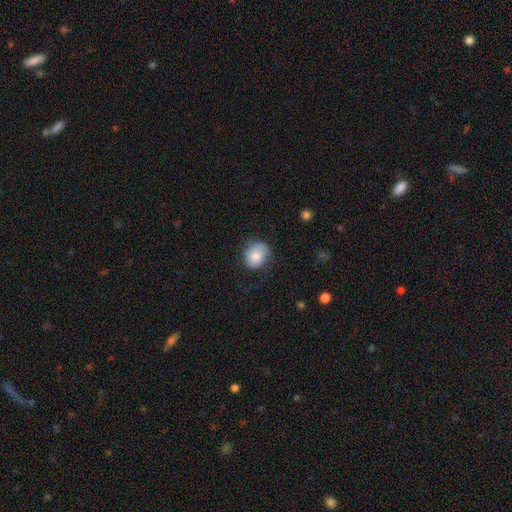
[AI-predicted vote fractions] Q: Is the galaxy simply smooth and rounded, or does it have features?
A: smooth — 79%.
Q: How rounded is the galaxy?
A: round — 62%.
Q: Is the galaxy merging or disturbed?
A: none — 60%.